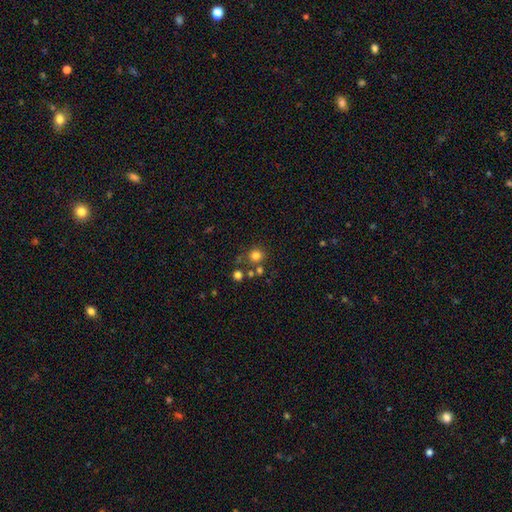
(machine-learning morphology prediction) smooth-or-featured: smooth: 78% | star or artifact: 15% | featured or disk: 7%
  how-rounded: round: 90% | in between: 9% | cigar-shaped: 1%
  merging: none: 71% | merger: 15% | minor disturbance: 10% | major disturbance: 4%